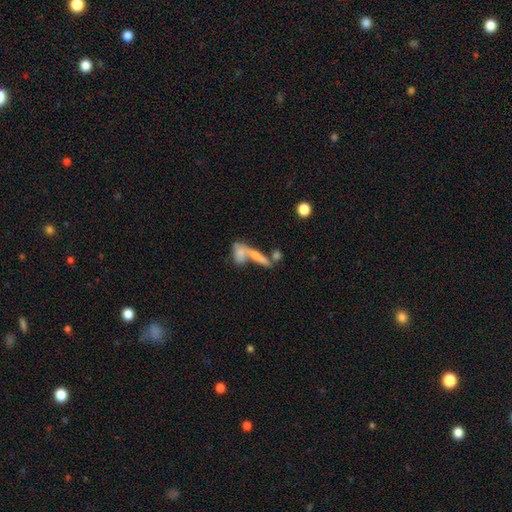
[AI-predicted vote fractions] Morphology: type=smooth (49%); merging=merger (54%).